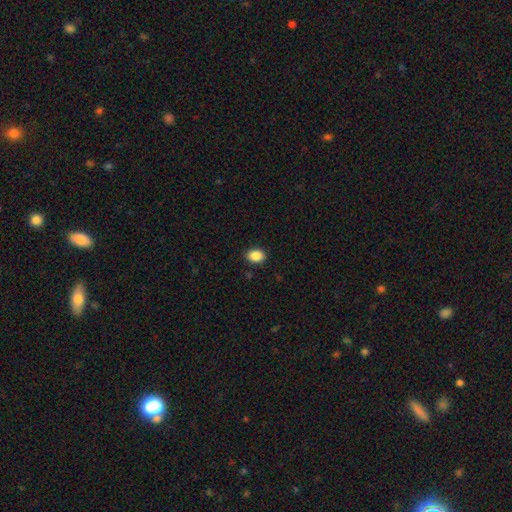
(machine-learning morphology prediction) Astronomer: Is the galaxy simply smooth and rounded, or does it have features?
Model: smooth — 88%.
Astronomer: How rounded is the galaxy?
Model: in between — 69%.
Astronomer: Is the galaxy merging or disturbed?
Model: none — 89%.